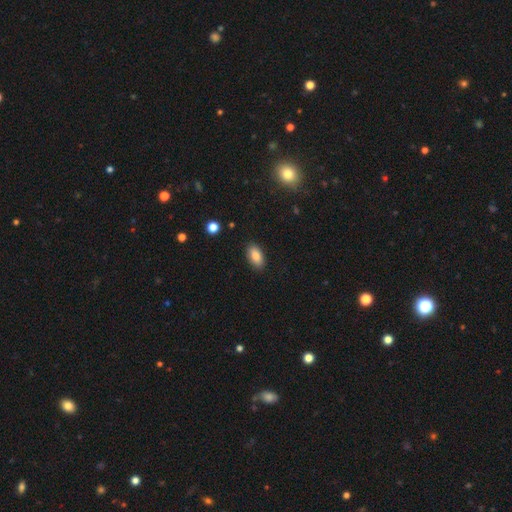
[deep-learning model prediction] Q: Smooth or featured?
A: smooth (84%); runner-up: star or artifact (8%)
Q: How rounded?
A: in between (92%); runner-up: cigar-shaped (4%)
Q: Merging?
A: none (88%); runner-up: minor disturbance (9%)